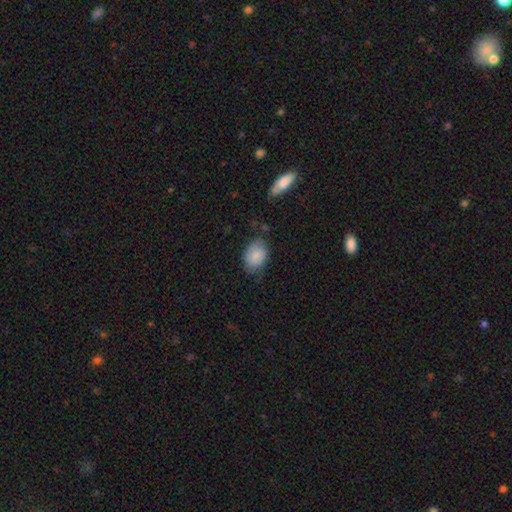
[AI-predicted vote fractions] smooth 82%, featured or disk 11%, star or artifact 7%. Down the decision tree: how rounded — in between (78%); merging — none (65%).